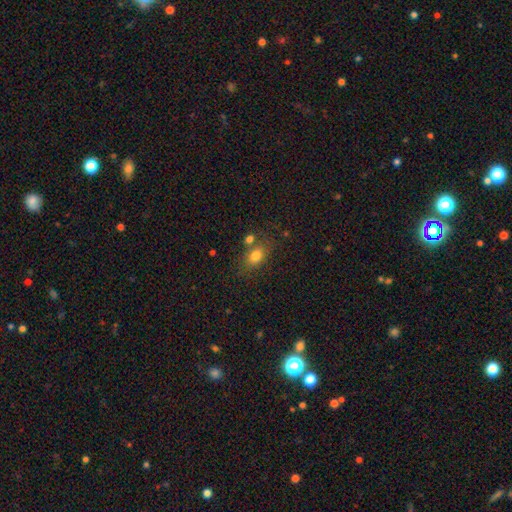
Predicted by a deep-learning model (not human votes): Smooth or featured? smooth (78%)
How rounded? in between (76%)
Merging? none (63%)